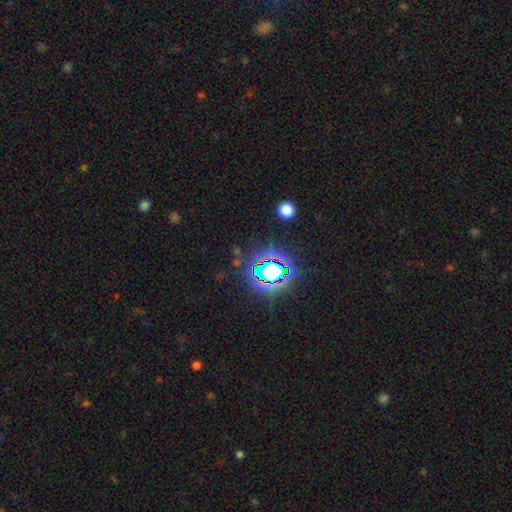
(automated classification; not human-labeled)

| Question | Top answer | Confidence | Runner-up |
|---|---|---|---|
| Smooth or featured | star or artifact | 82% | smooth (11%) |